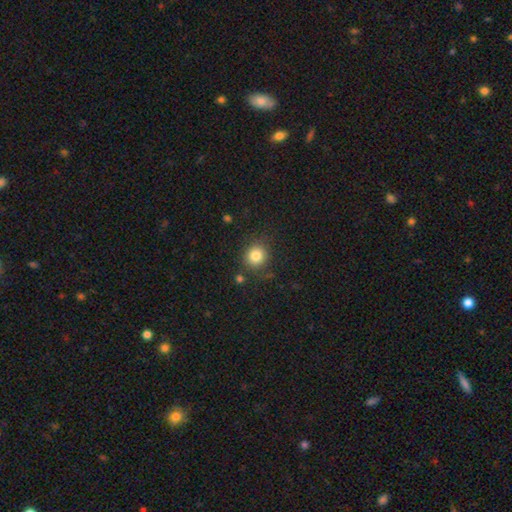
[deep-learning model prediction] This is clearly a smooth galaxy (83%). How rounded: clearly round (86%). Merging: clearly none (84%).